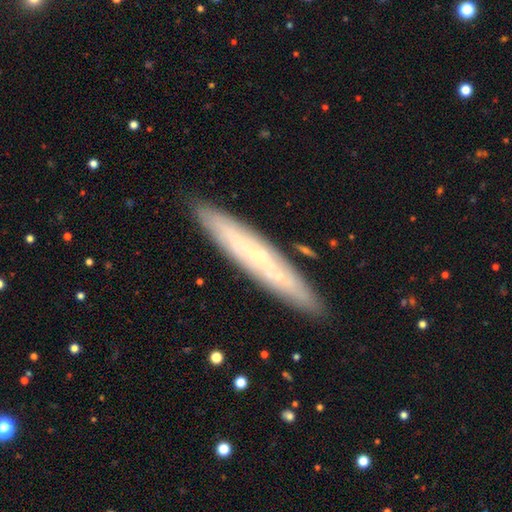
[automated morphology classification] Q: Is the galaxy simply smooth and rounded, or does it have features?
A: featured or disk — 47%.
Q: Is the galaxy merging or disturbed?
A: none — 89%.